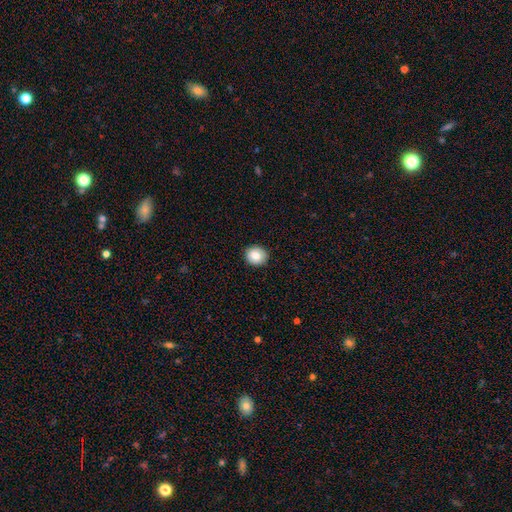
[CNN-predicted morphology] type=smooth (79%); roundness=round (84%); merging=none (90%).